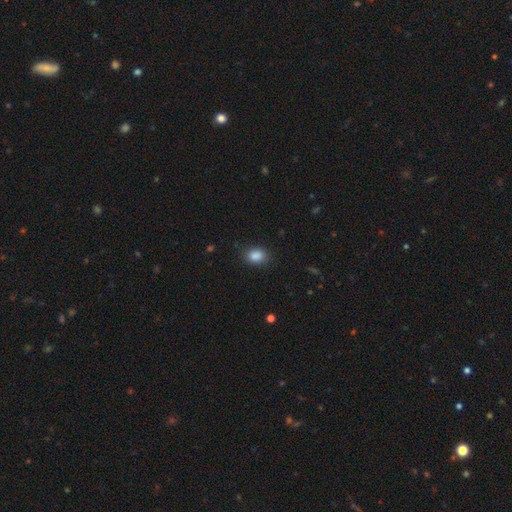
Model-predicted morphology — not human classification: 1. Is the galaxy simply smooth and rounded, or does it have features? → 88% smooth, 9% star or artifact, 4% featured or disk.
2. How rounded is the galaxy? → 69% in between, 30% round, 1% cigar-shaped.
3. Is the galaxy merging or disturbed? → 85% none, 11% minor disturbance, 3% major disturbance, 1% merger.